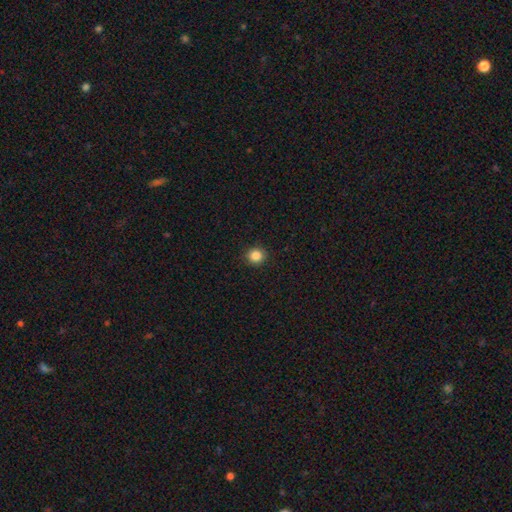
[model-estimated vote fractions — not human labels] Smooth or featured? Predicted: smooth (p=0.85). How rounded? Predicted: round (p=0.91). Merging? Predicted: none (p=0.92).